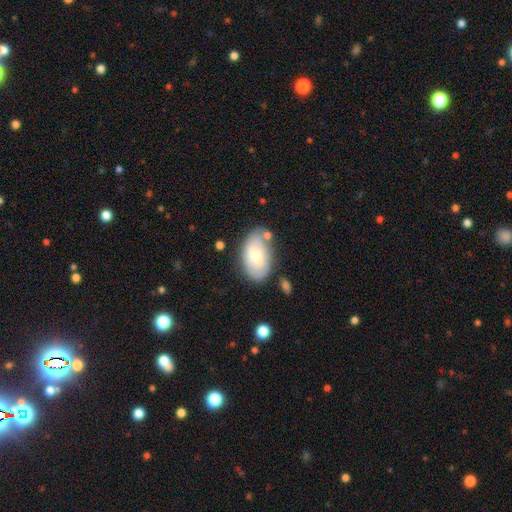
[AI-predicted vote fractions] Smooth or featured? Predicted: smooth (p=0.72). How rounded? Predicted: in between (p=0.93). Merging? Predicted: none (p=0.67).